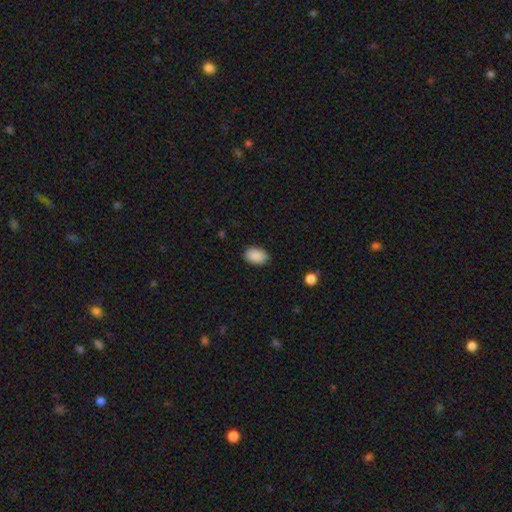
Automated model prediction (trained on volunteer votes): Morphology: type=smooth (90%); roundness=in between (88%); merging=none (84%).